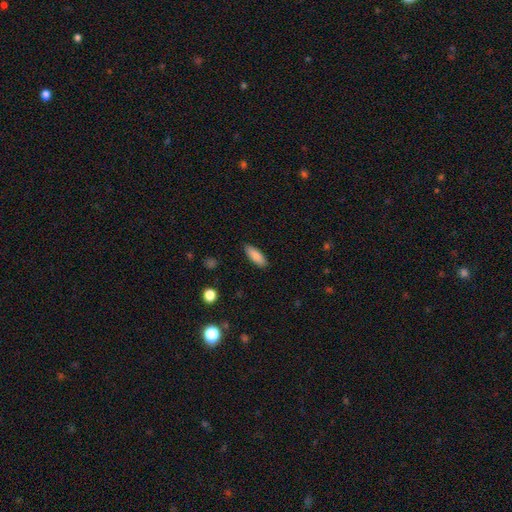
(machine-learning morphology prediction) Overall: smooth (87%). How rounded: in between (69%; cigar-shaped 29%). Merging: none (87%).